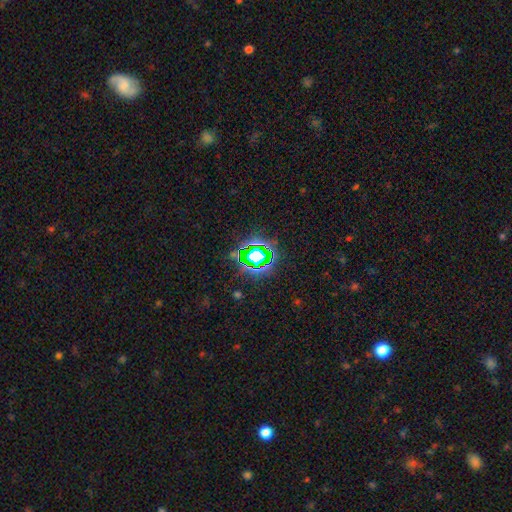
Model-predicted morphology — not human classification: This appears to be a star or artifact, not a galaxy (71%).